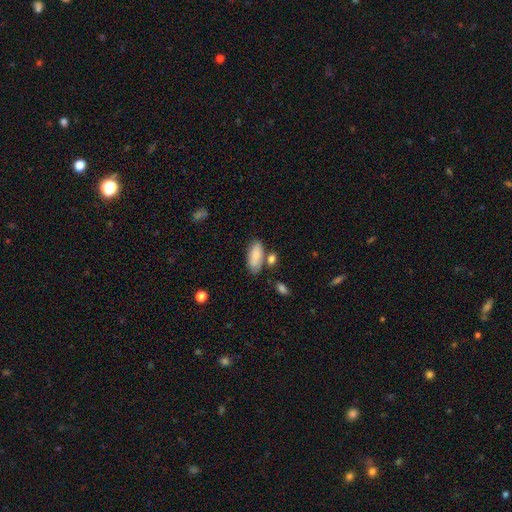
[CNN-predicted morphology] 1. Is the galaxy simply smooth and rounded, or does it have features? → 84% smooth, 10% featured or disk, 7% star or artifact.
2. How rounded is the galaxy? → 86% in between, 12% cigar-shaped, 3% round.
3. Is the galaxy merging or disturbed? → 64% none, 17% minor disturbance, 15% merger, 5% major disturbance.